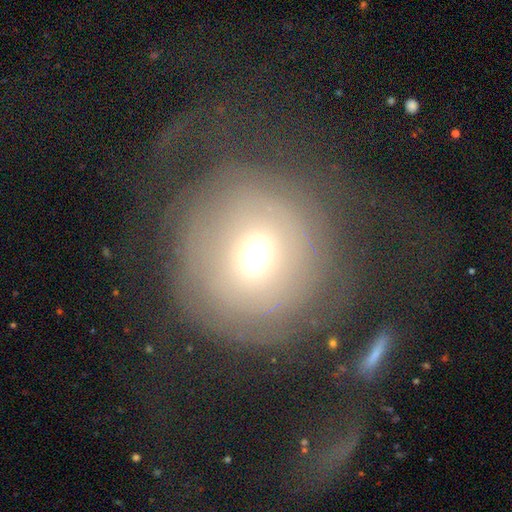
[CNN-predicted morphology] Smooth or featured: smooth — 49% (featured or disk — 39%)
Merging: none — 46% (major disturbance — 35%)